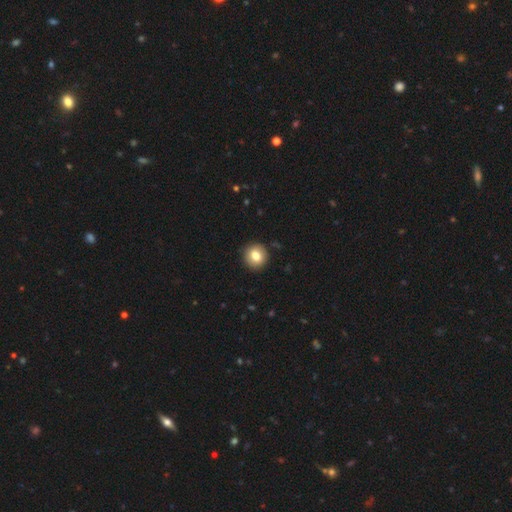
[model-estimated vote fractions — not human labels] The model was most divided on "smooth or featured": smooth: 81%, featured or disk: 10%, star or artifact: 9%. More confident: merging — none (91%); how rounded — round (89%).